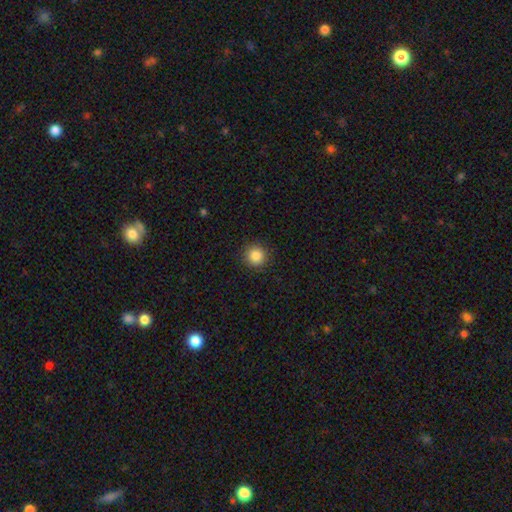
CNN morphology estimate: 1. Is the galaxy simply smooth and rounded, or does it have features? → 85% smooth, 11% star or artifact, 4% featured or disk.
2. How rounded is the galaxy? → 95% round, 5% in between, 1% cigar-shaped.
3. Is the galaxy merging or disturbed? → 91% none, 6% minor disturbance, 2% major disturbance, 1% merger.